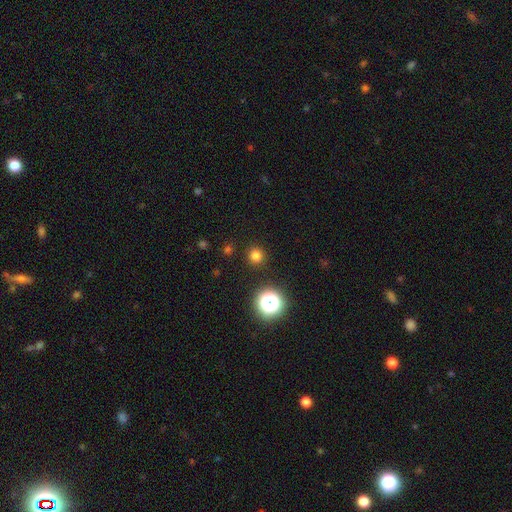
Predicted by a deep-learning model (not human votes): This is likely a smooth galaxy (78%). How rounded: clearly round (95%). Merging: clearly none (91%).